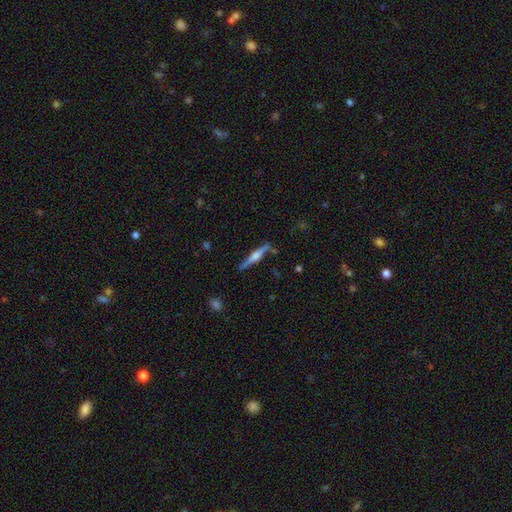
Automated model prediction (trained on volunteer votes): smooth-or-featured: featured or disk: 72% | smooth: 22% | star or artifact: 6%
  disk-edge-on: yes: 98% | no: 2%
    edge-on-bulge: rounded: 80% | boxy: 15% | none: 5%
  merging: none: 85% | minor disturbance: 9% | merger: 3% | major disturbance: 2%